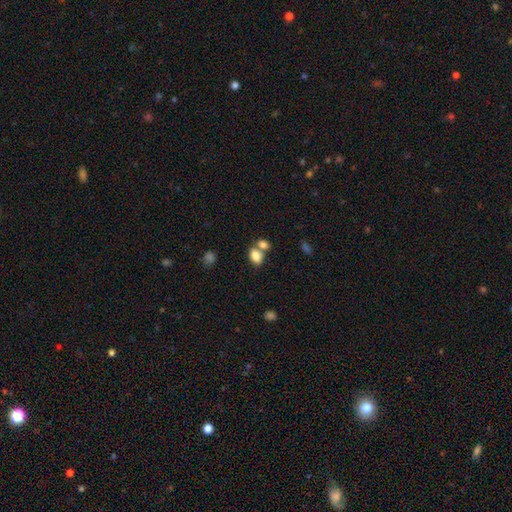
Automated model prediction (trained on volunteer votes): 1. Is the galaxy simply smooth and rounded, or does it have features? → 82% smooth, 9% star or artifact, 9% featured or disk.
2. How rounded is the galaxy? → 83% in between, 16% round, 2% cigar-shaped.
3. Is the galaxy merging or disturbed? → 47% merger, 39% none, 10% minor disturbance, 4% major disturbance.